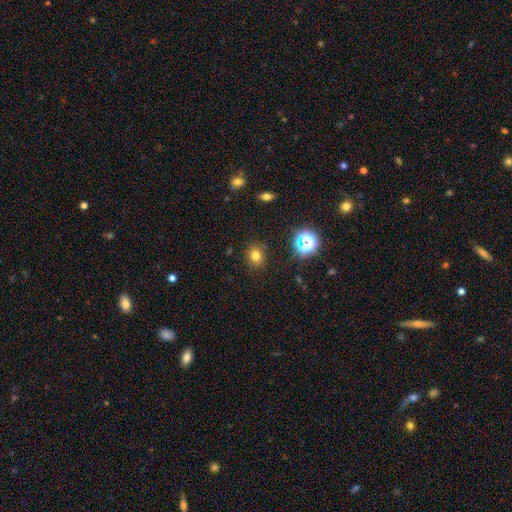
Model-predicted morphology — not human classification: smooth-or-featured: smooth: 75% | star or artifact: 18% | featured or disk: 7%
  how-rounded: round: 66% | in between: 33% | cigar-shaped: 1%
  merging: none: 87% | minor disturbance: 9% | major disturbance: 3% | merger: 2%